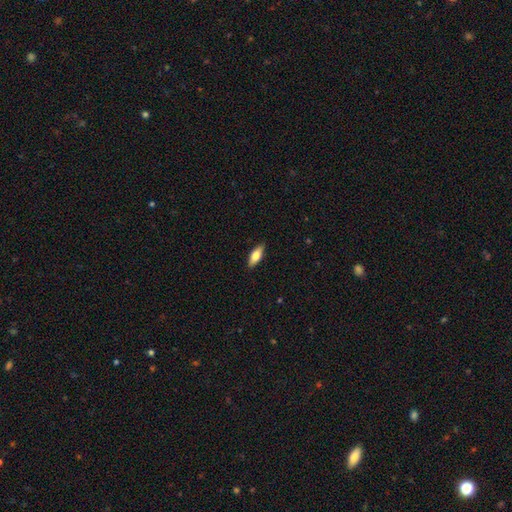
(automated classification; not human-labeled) Smooth or featured: smooth — 71% (featured or disk — 23%)
How rounded: in between — 70% (cigar-shaped — 28%)
Merging: none — 88% (minor disturbance — 9%)